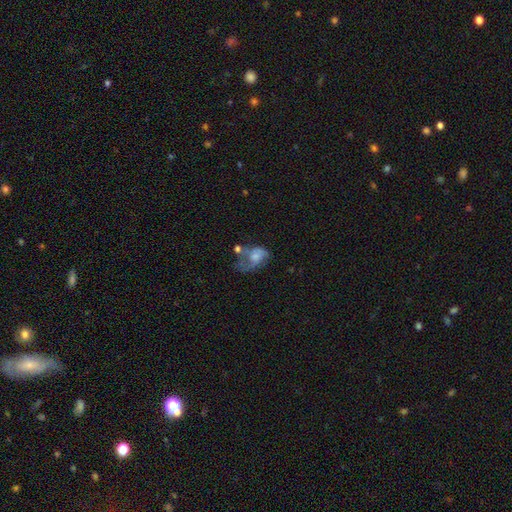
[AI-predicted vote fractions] A featured or disk galaxy (52%) with no bar (74%), spiral arms (68%) and a moderate central bulge (41%). Merging: major disturbance (40%).